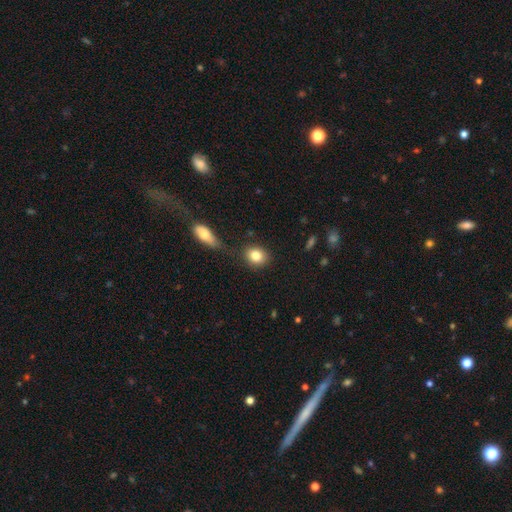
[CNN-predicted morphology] smooth_or_featured: smooth (p=0.83) [alt: star or artifact p=0.09]
how_rounded: round (p=0.62) [alt: in between p=0.36]
merging: none (p=0.78) [alt: minor disturbance p=0.11]